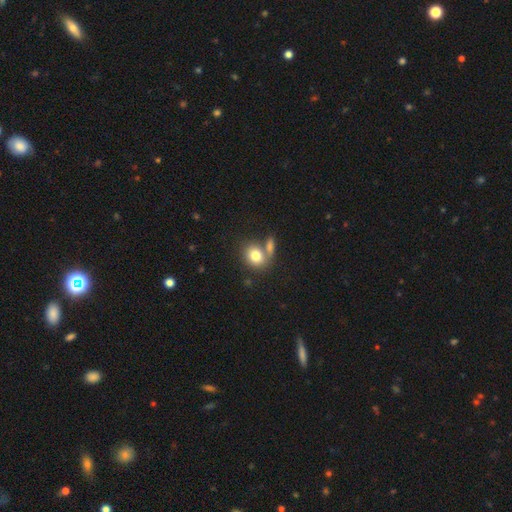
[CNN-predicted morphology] Smooth or featured? Predicted: smooth (p=0.79). How rounded? Predicted: round (p=0.54). Merging? Predicted: none (p=0.48).